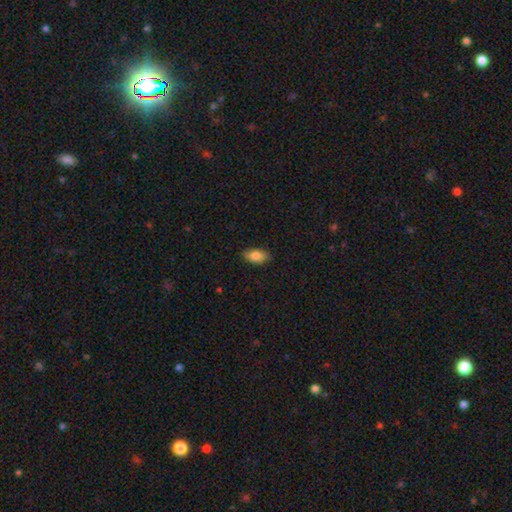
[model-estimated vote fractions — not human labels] smooth 83%, featured or disk 11%, star or artifact 7%. Down the decision tree: how rounded — in between (91%); merging — none (86%).